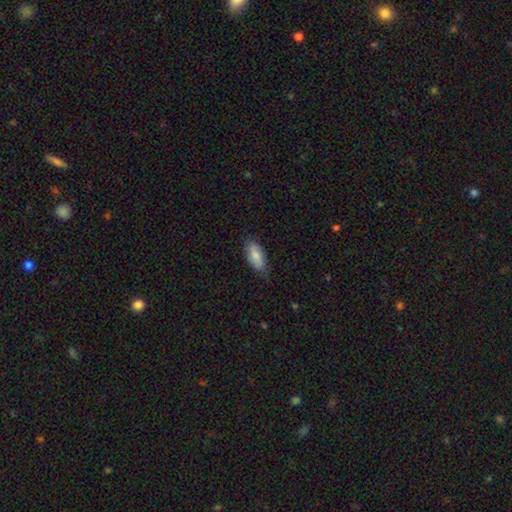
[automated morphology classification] The model was most divided on "merging": none: 73%, minor disturbance: 22%, major disturbance: 4%, merger: 1%. More confident: how rounded — in between (87%); smooth or featured — smooth (83%).